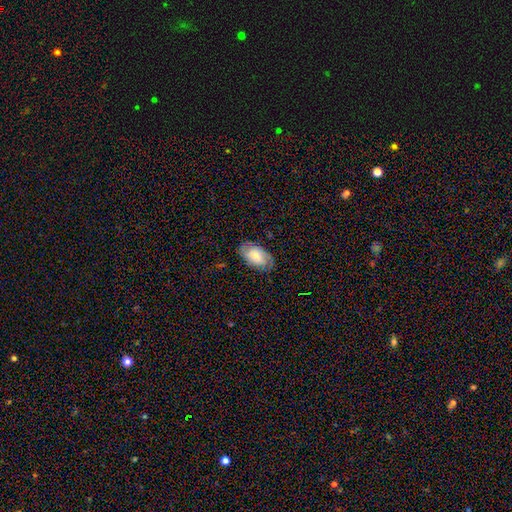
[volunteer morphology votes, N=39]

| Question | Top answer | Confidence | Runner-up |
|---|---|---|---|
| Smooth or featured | smooth | 56% | featured or disk (44%) |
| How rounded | in between | 100% | — |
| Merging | none | 74% | minor disturbance (15%) |